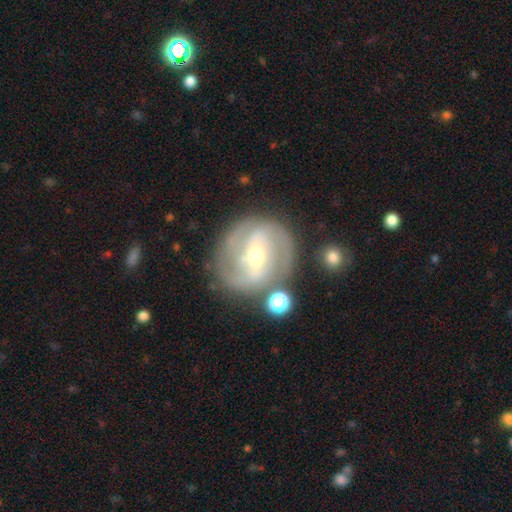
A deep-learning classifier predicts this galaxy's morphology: Smooth or featured?
  - featured or disk: 82% *
  - smooth: 12%
  - star or artifact: 6%
Edge-on disk?
  - no: 97% *
  - yes: 3%
Bar?
  - weak: 42% *
  - strong: 34%
  - no: 25%
Spiral arms?
  - yes: 90% *
  - no: 10%
Spiral winding?
  - tight: 45% *
  - medium: 42%
  - loose: 14%
Spiral arm count?
  - 2: 59% *
  - can't tell: 16%
  - 3: 16%
  - 4: 4%
  - 1: 3%
  - more than 4: 3%
Bulge size?
  - moderate: 54% *
  - small: 42%
  - large: 2%
  - none: 1%
  - dominant: 1%
Merging?
  - none: 76% *
  - minor disturbance: 13%
  - major disturbance: 5%
  - merger: 5%